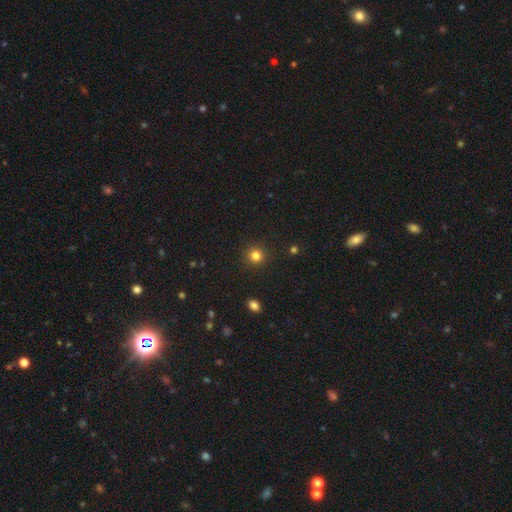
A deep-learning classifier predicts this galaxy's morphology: This appears to be a smooth galaxy with no disk features (81%) that is round (94%). Merging: none (92%).